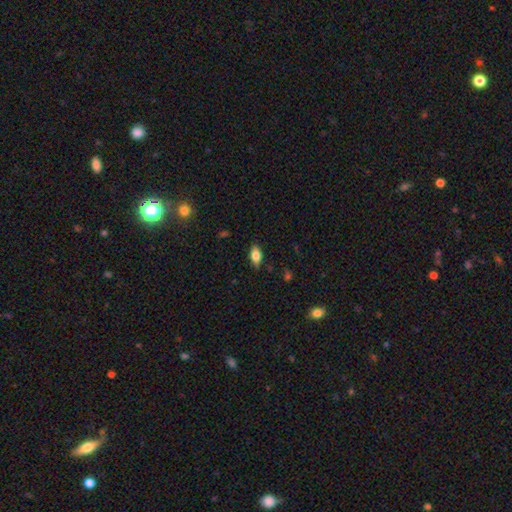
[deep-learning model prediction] Smooth or featured: smooth — 78% (featured or disk — 14%)
How rounded: in between — 87% (cigar-shaped — 8%)
Merging: none — 84% (minor disturbance — 12%)